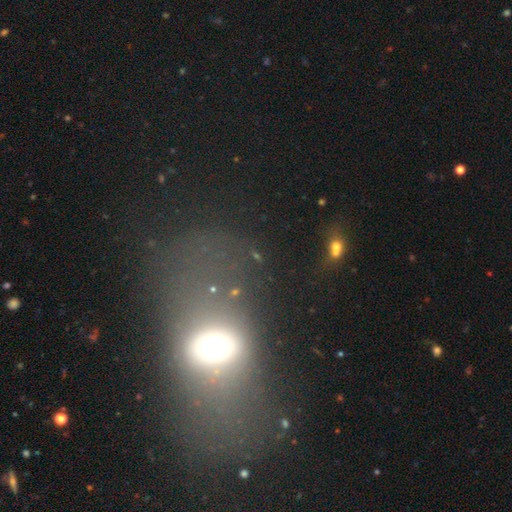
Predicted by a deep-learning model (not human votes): This is marginally a star or artifact rather than a galaxy (43%).